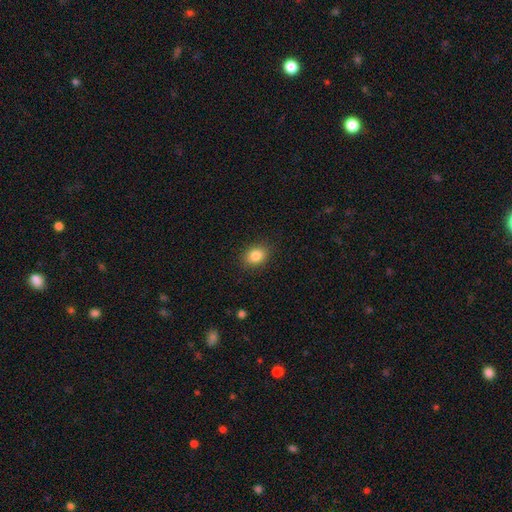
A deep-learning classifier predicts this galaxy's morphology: smooth-or-featured: smooth: 84% | star or artifact: 9% | featured or disk: 6%
  how-rounded: in between: 54% | round: 45% | cigar-shaped: 1%
  merging: none: 88% | minor disturbance: 9% | major disturbance: 2% | merger: 1%